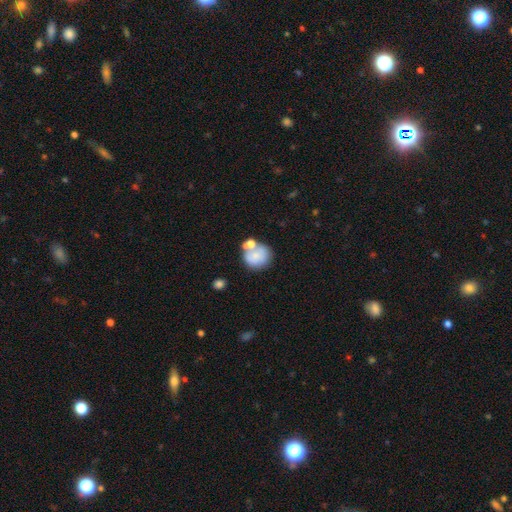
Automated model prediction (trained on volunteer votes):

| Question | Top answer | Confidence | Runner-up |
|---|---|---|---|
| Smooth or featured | smooth | 70% | featured or disk (21%) |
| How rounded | round | 79% | in between (20%) |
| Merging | none | 45% | merger (31%) |